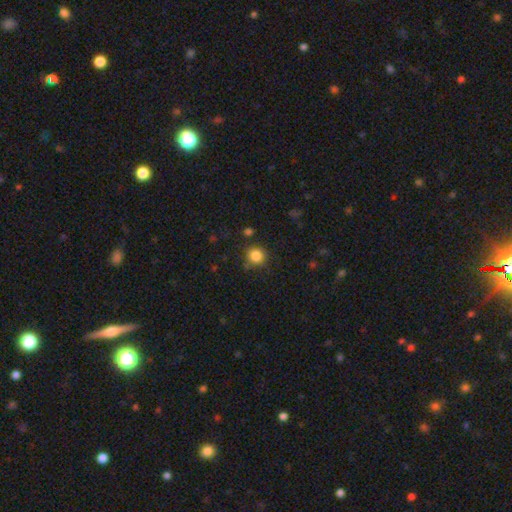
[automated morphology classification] A smooth galaxy with no disk features (84%) that is round (92%).

Vote fractions:
- Smooth or featured? smooth: 84% / star or artifact: 11% / featured or disk: 5%
- How rounded? round: 92% / in between: 7% / cigar-shaped: 1%
- Merging? none: 82% / minor disturbance: 11% / merger: 4% / major disturbance: 3%